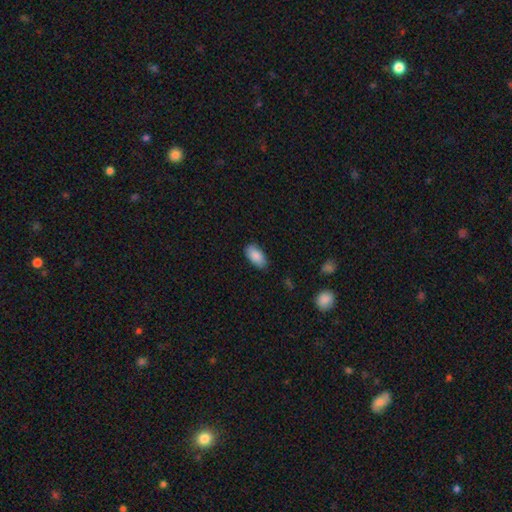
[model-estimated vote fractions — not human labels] This is clearly a smooth galaxy (88%). How rounded: clearly in between (93%). Merging: clearly none (83%).